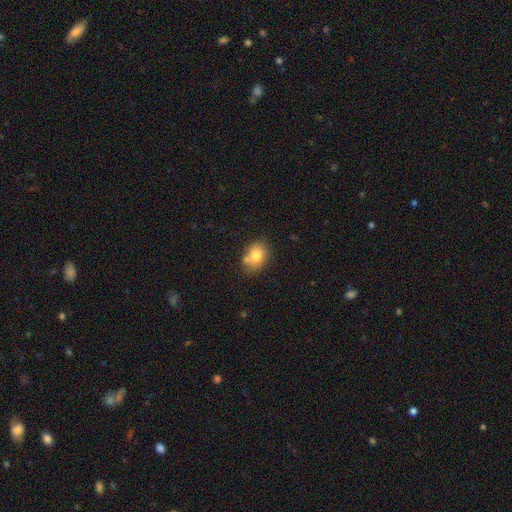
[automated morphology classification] Smooth or featured?
  - smooth: 77% *
  - featured or disk: 14%
  - star or artifact: 9%
How rounded?
  - in between: 63% *
  - round: 36%
  - cigar-shaped: 1%
Merging?
  - none: 61% *
  - minor disturbance: 19%
  - merger: 16%
  - major disturbance: 4%